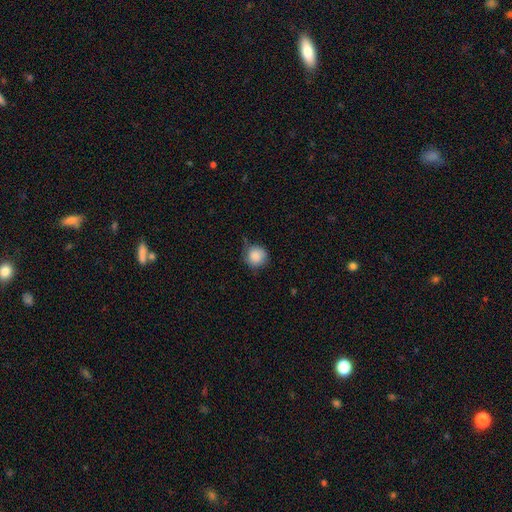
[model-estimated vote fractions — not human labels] A smooth galaxy with no disk features (86%) that is round (93%).

Vote fractions:
- Smooth or featured? smooth: 86% / star or artifact: 8% / featured or disk: 6%
- How rounded? round: 93% / in between: 6% / cigar-shaped: 1%
- Merging? none: 69% / minor disturbance: 25% / major disturbance: 5% / merger: 2%